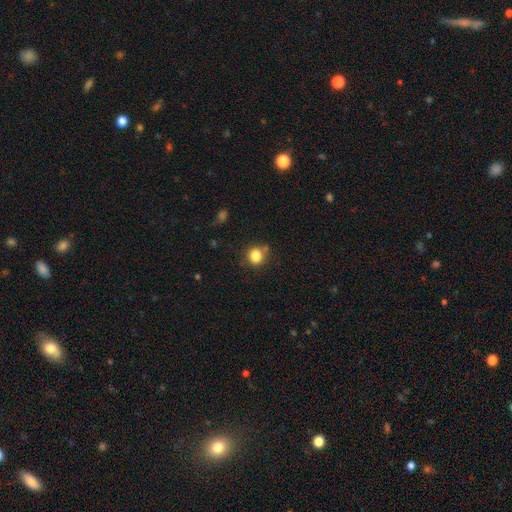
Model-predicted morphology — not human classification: A smooth galaxy with no disk features (83%) that is round (78%). Merging: none (74%).